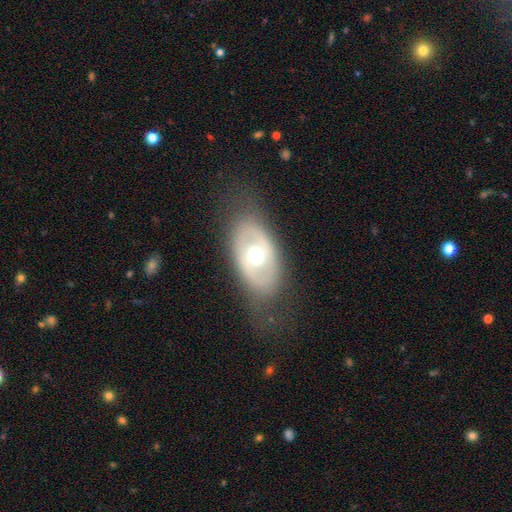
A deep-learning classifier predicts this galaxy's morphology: Smooth or featured: featured or disk — 53% (smooth — 40%)
Edge-on disk: no — 87% (yes — 13%)
Merging: none — 72% (minor disturbance — 16%)